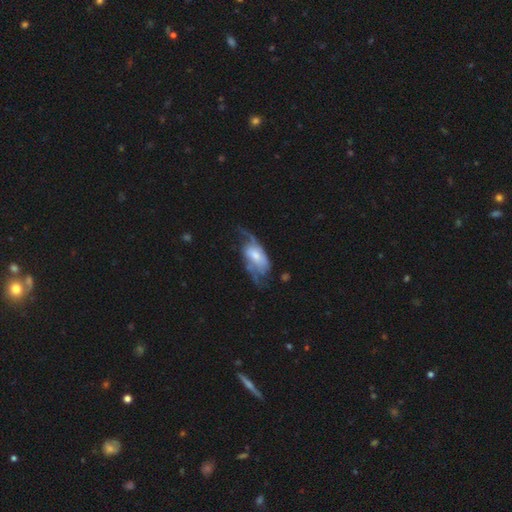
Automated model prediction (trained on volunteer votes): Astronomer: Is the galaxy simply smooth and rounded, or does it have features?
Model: featured or disk — 66%.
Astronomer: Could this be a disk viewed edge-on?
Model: no — 94%.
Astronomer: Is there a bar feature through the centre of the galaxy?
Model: no — 53% (runner-up: weak, 36%).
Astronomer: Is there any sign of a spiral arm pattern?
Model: yes — 83%.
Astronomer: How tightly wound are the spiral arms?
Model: loose — 58%.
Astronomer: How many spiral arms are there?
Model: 2 — 67%.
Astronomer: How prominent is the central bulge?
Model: moderate — 42% (runner-up: small, 27%).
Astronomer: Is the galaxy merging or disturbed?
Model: major disturbance — 37% (runner-up: none, 36%).